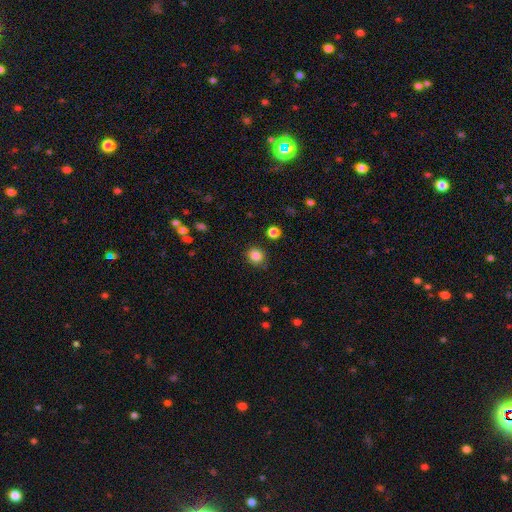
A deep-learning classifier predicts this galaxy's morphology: smooth 85%, star or artifact 11%, featured or disk 4%. Down the decision tree: how rounded — round (85%); merging — none (85%).